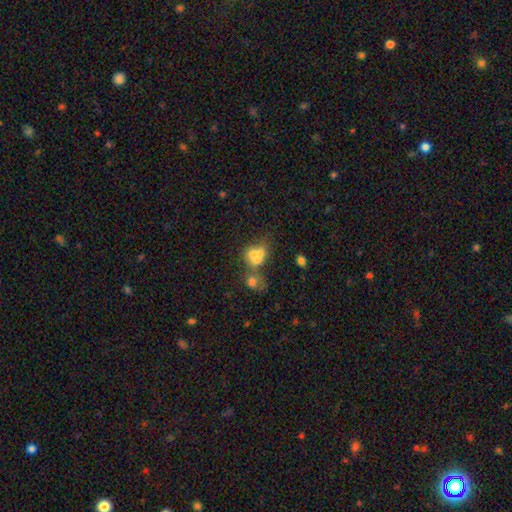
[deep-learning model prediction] Smooth or featured? smooth (65%)
How rounded? round (54%)
Merging? merger (61%)